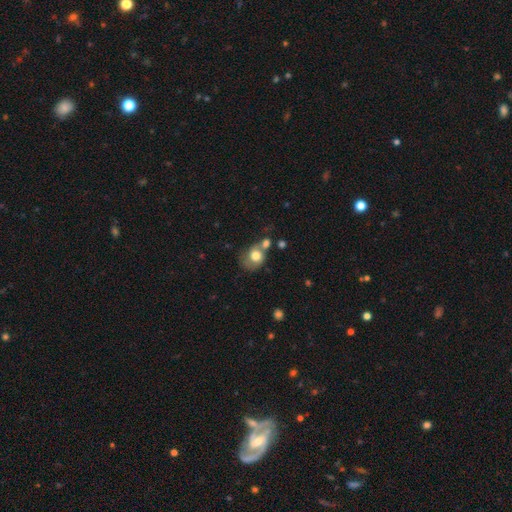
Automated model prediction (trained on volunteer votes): This is likely a smooth galaxy (74%). How rounded: likely round (66%). Merging: marginally none (34%, tied with merger).